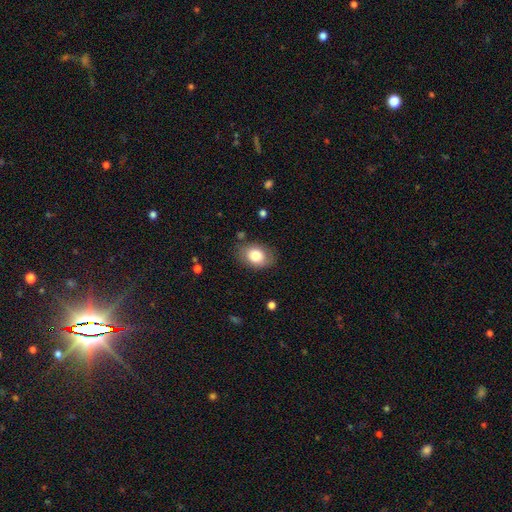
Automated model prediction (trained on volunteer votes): Smooth or featured? Predicted: smooth (p=0.79). How rounded? Predicted: in between (p=0.74). Merging? Predicted: none (p=0.80).